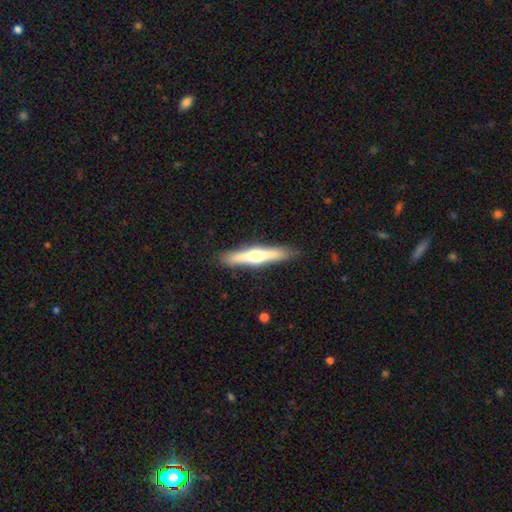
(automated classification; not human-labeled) Q: Smooth or featured?
A: featured or disk (59%); runner-up: smooth (36%)
Q: Edge-on disk?
A: yes (95%); runner-up: no (5%)
Q: Edge-on bulge?
A: rounded (90%); runner-up: none (5%)
Q: Merging?
A: none (88%); runner-up: minor disturbance (9%)